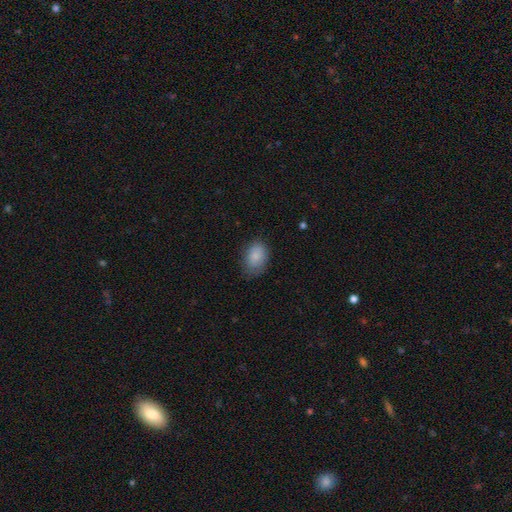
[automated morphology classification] Q: Smooth or featured?
A: smooth (85%); runner-up: featured or disk (8%)
Q: How rounded?
A: in between (81%); runner-up: round (18%)
Q: Merging?
A: none (73%); runner-up: minor disturbance (20%)